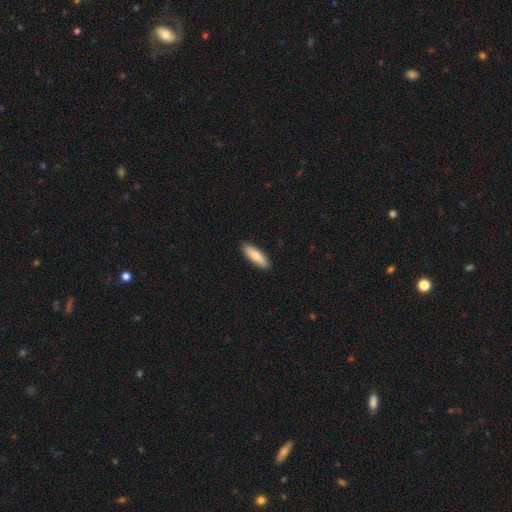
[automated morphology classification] smooth-or-featured: smooth: 82% | featured or disk: 13% | star or artifact: 5%
  how-rounded: cigar-shaped: 51% | in between: 48% | round: 2%
  merging: none: 90% | minor disturbance: 7% | major disturbance: 1% | merger: 1%